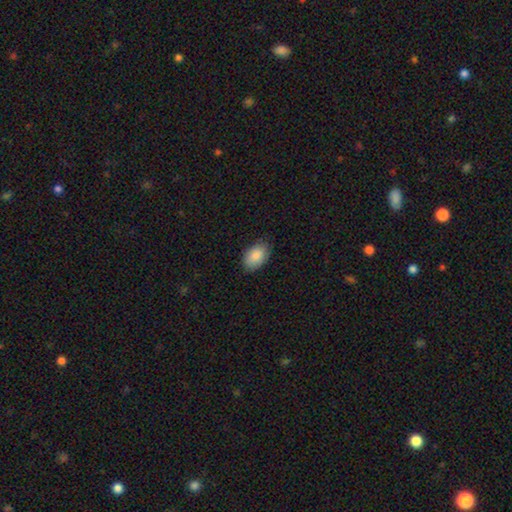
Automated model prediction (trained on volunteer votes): smooth_or_featured: smooth (p=0.88) [alt: star or artifact p=0.06]
how_rounded: in between (p=0.90) [alt: round p=0.09]
merging: none (p=0.83) [alt: minor disturbance p=0.14]